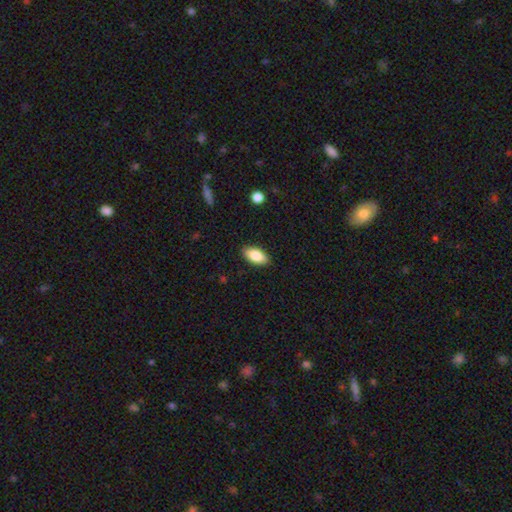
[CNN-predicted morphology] smooth 84%, featured or disk 9%, star or artifact 7%. Down the decision tree: how rounded — in between (92%); merging — none (88%).